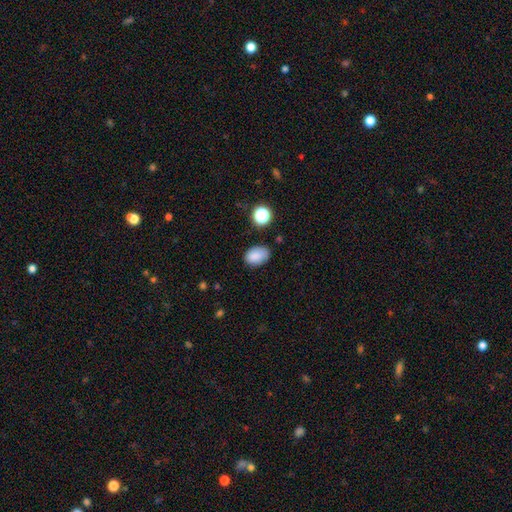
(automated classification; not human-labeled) Q: Smooth or featured?
A: smooth (85%); runner-up: star or artifact (10%)
Q: How rounded?
A: in between (82%); runner-up: round (17%)
Q: Merging?
A: none (73%); runner-up: minor disturbance (20%)